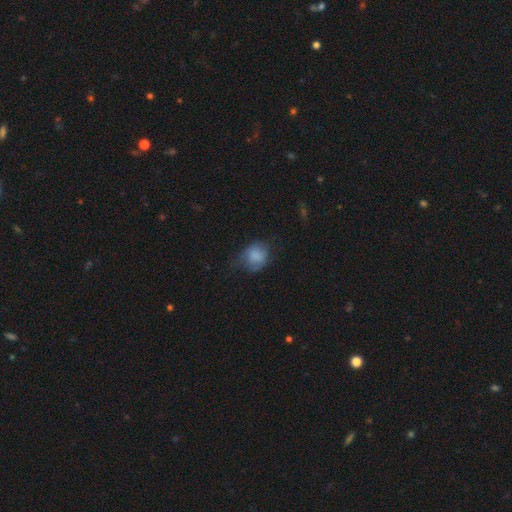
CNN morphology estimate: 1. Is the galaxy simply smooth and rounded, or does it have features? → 75% smooth, 16% featured or disk, 9% star or artifact.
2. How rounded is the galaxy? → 57% round, 42% in between, 1% cigar-shaped.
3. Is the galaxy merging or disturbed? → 47% none, 32% minor disturbance, 19% major disturbance, 2% merger.